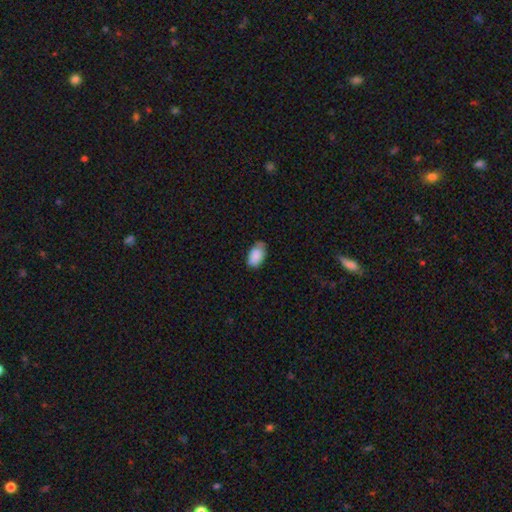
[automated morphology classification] Smooth or featured: smooth — 86% (star or artifact — 7%)
How rounded: in between — 92% (round — 6%)
Merging: none — 62% (minor disturbance — 30%)